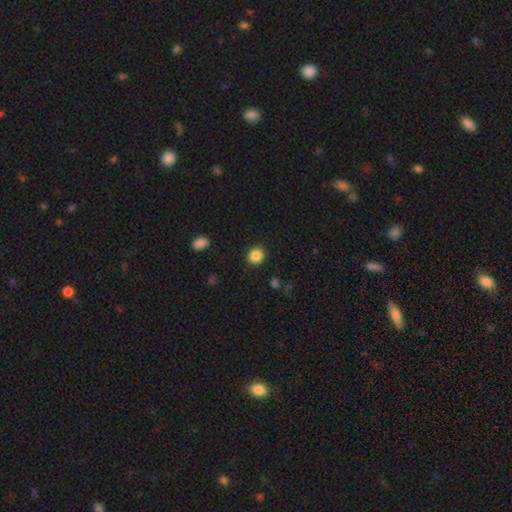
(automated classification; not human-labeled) Smooth or featured? smooth (86%)
How rounded? round (82%)
Merging? none (90%)